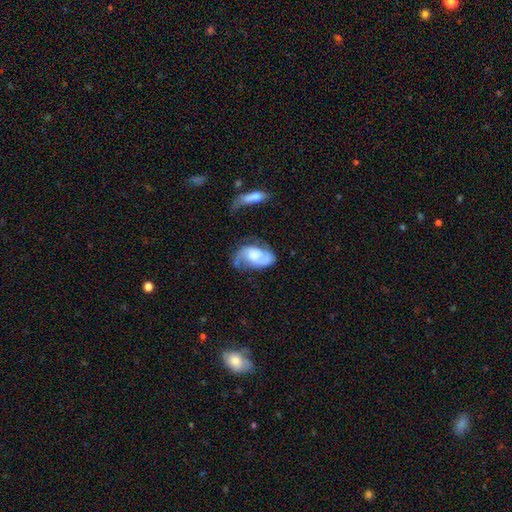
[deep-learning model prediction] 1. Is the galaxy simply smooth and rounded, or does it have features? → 74% featured or disk, 20% smooth, 6% star or artifact.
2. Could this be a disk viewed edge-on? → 96% no, 4% yes.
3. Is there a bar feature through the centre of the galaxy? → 62% no, 31% weak, 6% strong.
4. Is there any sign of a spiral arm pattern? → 92% yes, 8% no.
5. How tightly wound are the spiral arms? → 45% medium, 29% loose, 25% tight.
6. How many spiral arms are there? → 82% 2, 7% can't tell, 6% 1, 2% 3, 1% 4, 1% more than 4.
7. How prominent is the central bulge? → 34% moderate, 27% large, 18% small, 18% none, 4% dominant.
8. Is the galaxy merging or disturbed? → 47% none, 26% minor disturbance, 18% major disturbance, 8% merger.